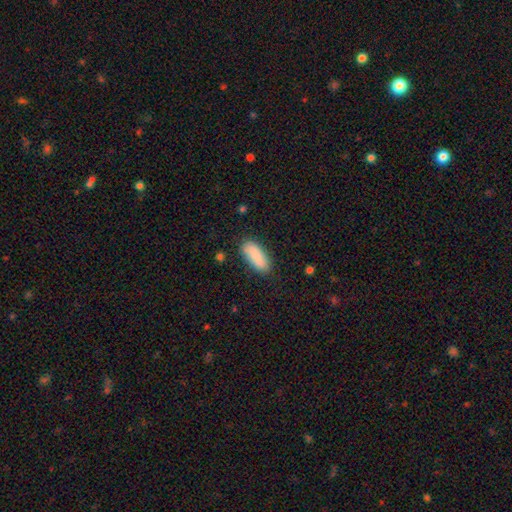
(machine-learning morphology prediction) Q: Smooth or featured?
A: smooth (88%); runner-up: star or artifact (6%)
Q: How rounded?
A: in between (72%); runner-up: cigar-shaped (26%)
Q: Merging?
A: none (81%); runner-up: minor disturbance (14%)